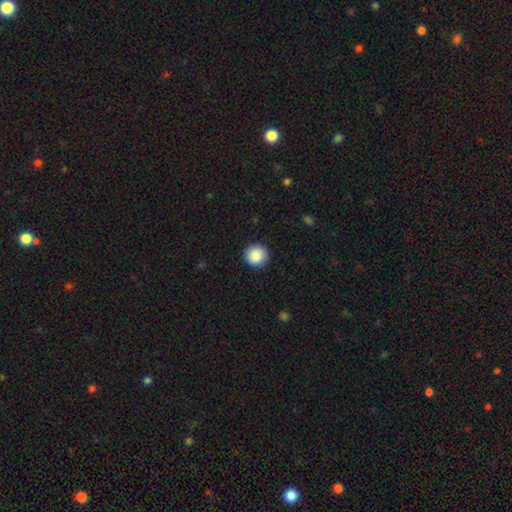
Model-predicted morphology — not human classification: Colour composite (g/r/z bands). It shows a smooth galaxy with no disk features (89%) that is round (95%). Merging: none (92%).